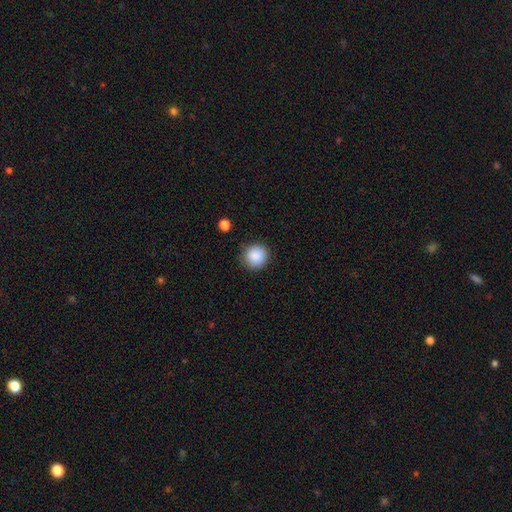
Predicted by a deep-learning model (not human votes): smooth 88%, star or artifact 8%, featured or disk 3%. Down the decision tree: how rounded — round (91%); merging — none (85%).